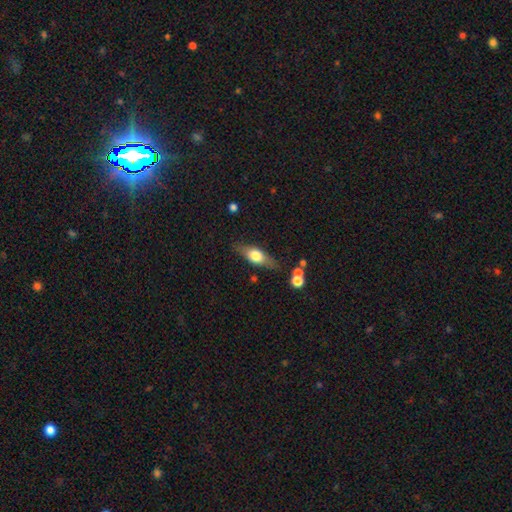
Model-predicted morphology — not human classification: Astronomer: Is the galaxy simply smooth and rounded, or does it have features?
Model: smooth — 53% (runner-up: featured or disk, 40%).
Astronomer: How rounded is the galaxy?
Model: in between — 64%.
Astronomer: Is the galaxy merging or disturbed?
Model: none — 77%.